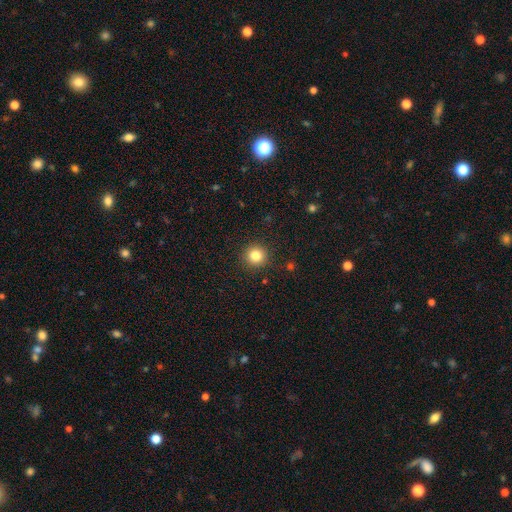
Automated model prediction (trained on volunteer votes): This is clearly a smooth galaxy (83%). How rounded: clearly round (94%). Merging: clearly none (91%).